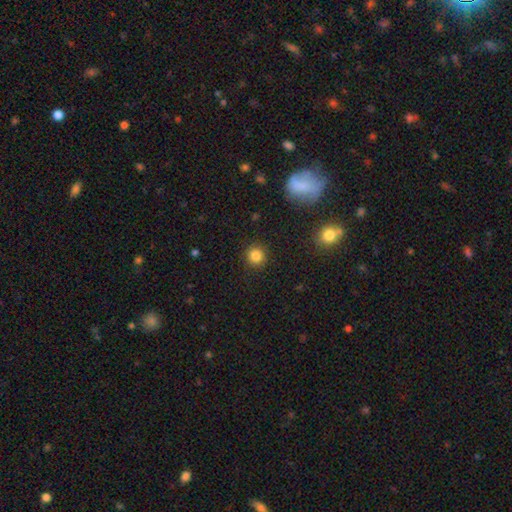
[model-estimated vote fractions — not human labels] Smooth or featured? Predicted: smooth (p=0.84). How rounded? Predicted: round (p=0.91). Merging? Predicted: none (p=0.90).